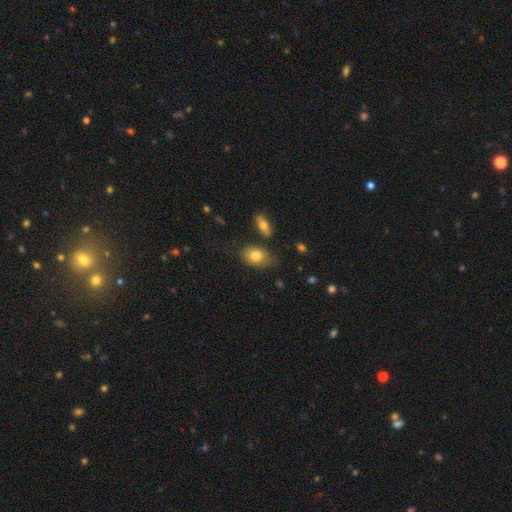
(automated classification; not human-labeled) smooth-or-featured: smooth: 79% | featured or disk: 13% | star or artifact: 8%
  how-rounded: in between: 82% | round: 16% | cigar-shaped: 2%
  merging: none: 72% | minor disturbance: 17% | merger: 7% | major disturbance: 4%